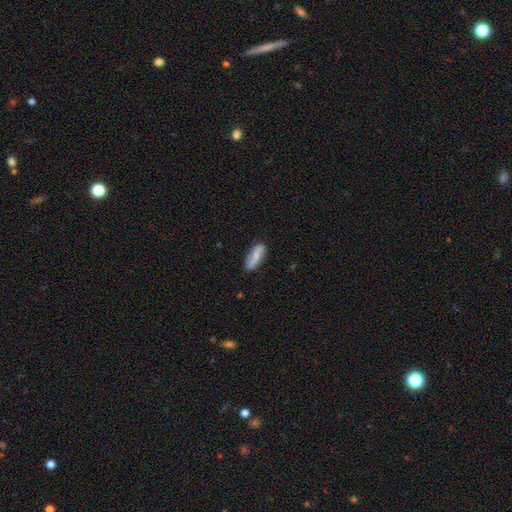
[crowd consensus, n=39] Smooth or featured: smooth — 59% (featured or disk — 33%)
How rounded: cigar-shaped — 52% (in between — 39%)
Merging: none — 75% (minor disturbance — 17%)